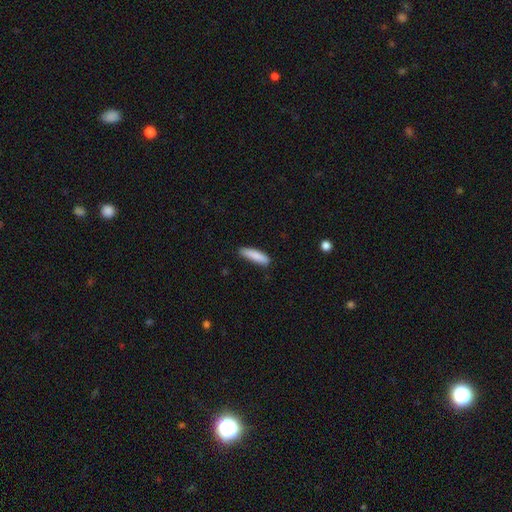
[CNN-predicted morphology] smooth 85%, featured or disk 9%, star or artifact 6%. Down the decision tree: how rounded — cigar-shaped (77%); merging — none (84%).